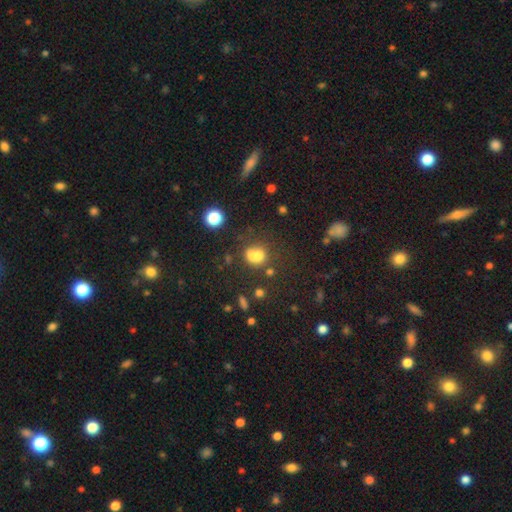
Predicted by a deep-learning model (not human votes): smooth-or-featured: smooth: 65% | star or artifact: 18% | featured or disk: 16%
  how-rounded: round: 69% | in between: 29% | cigar-shaped: 1%
  merging: merger: 49% | none: 32% | minor disturbance: 11% | major disturbance: 8%